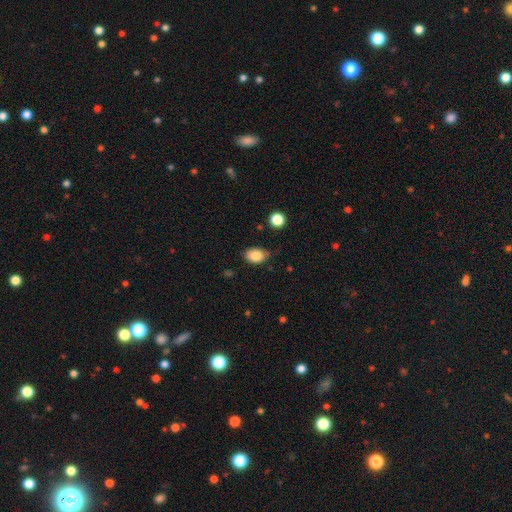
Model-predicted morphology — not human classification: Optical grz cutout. It shows a smooth galaxy with no disk features (85%) that is in between round and cigar-shaped (77%). Merging: none (69%).